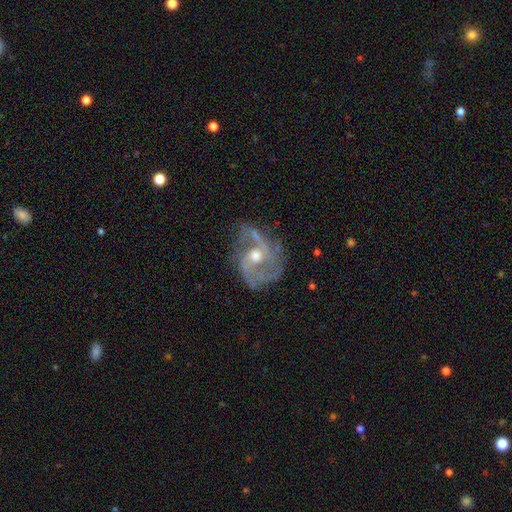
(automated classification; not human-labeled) smooth-or-featured: featured or disk: 87% | smooth: 7% | star or artifact: 6%
  disk-edge-on: no: 97% | yes: 3%
    bar: no: 63% | weak: 29% | strong: 7%
    has-spiral-arms: yes: 93% | no: 7%
      spiral-winding: medium: 47% | tight: 28% | loose: 24%
      spiral-arm-count: 2: 40% | 3: 24% | can't tell: 17% | 4: 7% | 1: 6% | more than 4: 5%
    bulge-size: moderate: 74% | small: 14% | large: 9% | none: 1% | dominant: 1%
  merging: none: 57% | minor disturbance: 22% | major disturbance: 18% | merger: 2%